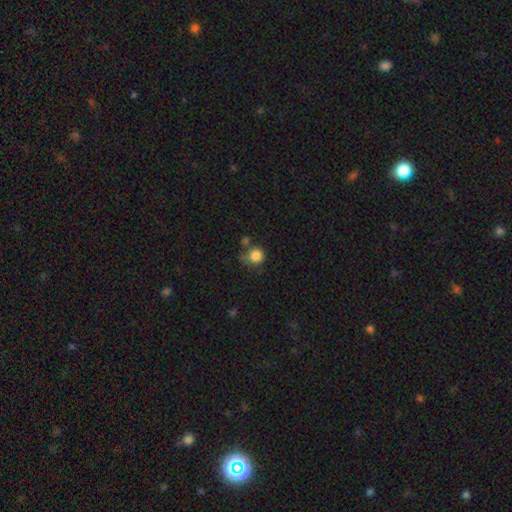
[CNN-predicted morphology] smooth 85%, star or artifact 10%, featured or disk 5%. Down the decision tree: how rounded — round (92%); merging — none (64%).